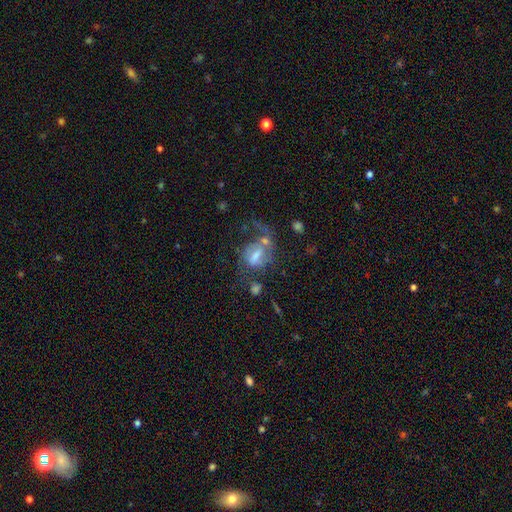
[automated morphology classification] The model was most divided on "merging": major disturbance: 37%, none: 30%, merger: 18%, minor disturbance: 16%. Remaining: edge-on disk — no (96%); spiral arms — yes (73%); smooth or featured — featured or disk (62%); bar — weak (47%); bulge size — moderate (42%).